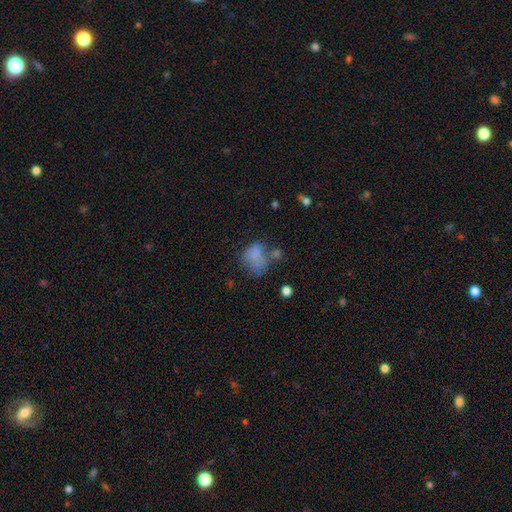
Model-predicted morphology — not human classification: Smooth or featured? smooth (68%)
How rounded? in between (64%)
Merging? none (35%)